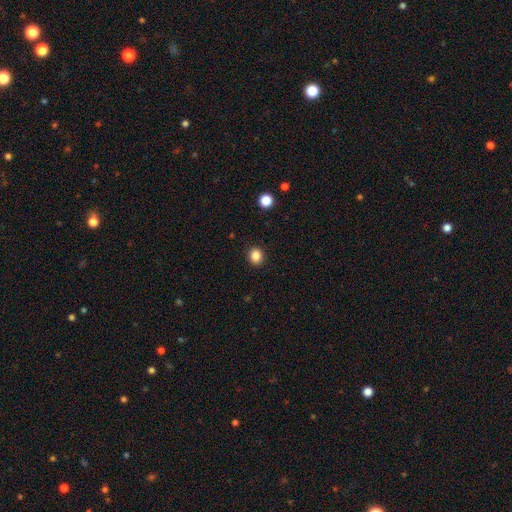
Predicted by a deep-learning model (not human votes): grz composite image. It shows a smooth galaxy with no disk features (86%) that is round (69%). Merging: none (91%).